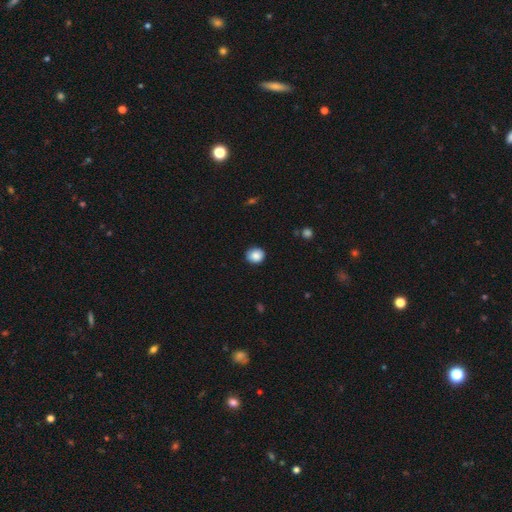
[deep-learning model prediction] Smooth or featured?
  - smooth: 87% *
  - star or artifact: 9%
  - featured or disk: 4%
How rounded?
  - round: 82% *
  - in between: 17%
  - cigar-shaped: 1%
Merging?
  - none: 86% *
  - minor disturbance: 11%
  - major disturbance: 2%
  - merger: 1%